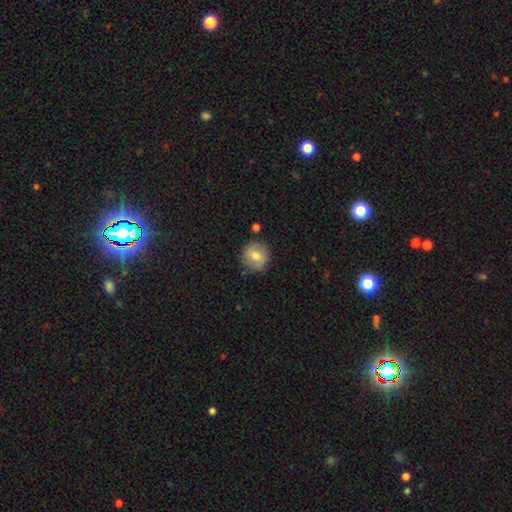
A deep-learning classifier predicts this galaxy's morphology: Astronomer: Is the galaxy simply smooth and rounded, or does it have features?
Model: smooth — 73%.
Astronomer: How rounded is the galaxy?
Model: round — 90%.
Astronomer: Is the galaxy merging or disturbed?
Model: none — 79%.